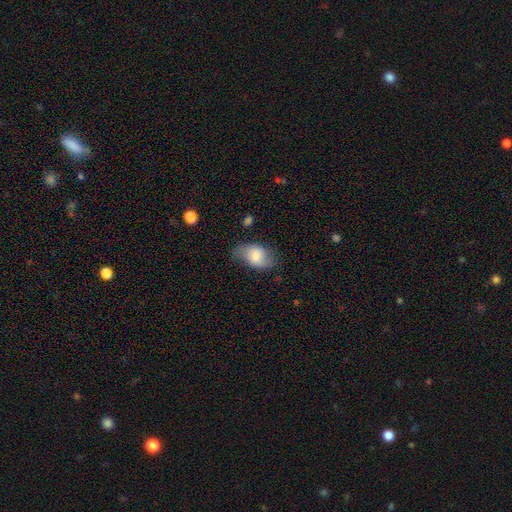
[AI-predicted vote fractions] A smooth galaxy with no disk features (70%) that is in between round and cigar-shaped (89%).

Vote fractions:
- Smooth or featured? smooth: 70% / featured or disk: 23% / star or artifact: 7%
- How rounded? in between: 89% / round: 10% / cigar-shaped: 2%
- Merging? none: 64% / minor disturbance: 27% / major disturbance: 8% / merger: 2%